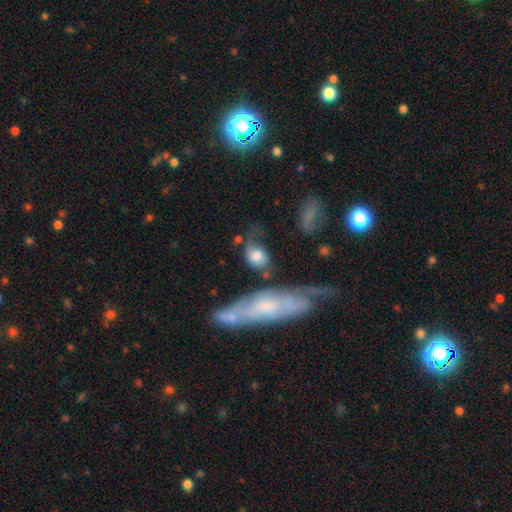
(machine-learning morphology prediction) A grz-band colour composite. It shows a smooth galaxy with no disk features (67%) that is in between round and cigar-shaped (57%). Merging: none (31%).